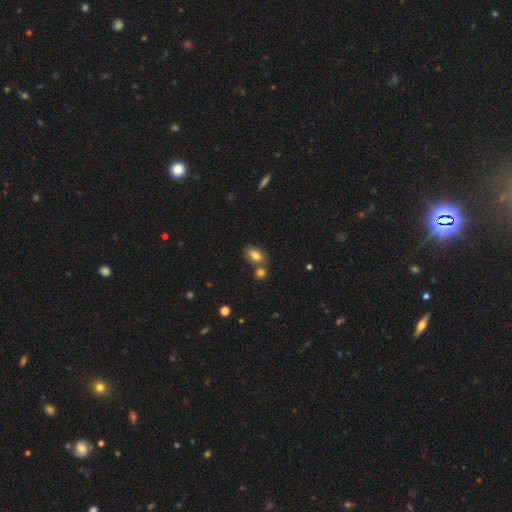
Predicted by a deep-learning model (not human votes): Smooth or featured? Predicted: smooth (p=0.79). How rounded? Predicted: in between (p=0.84). Merging? Predicted: none (p=0.60).